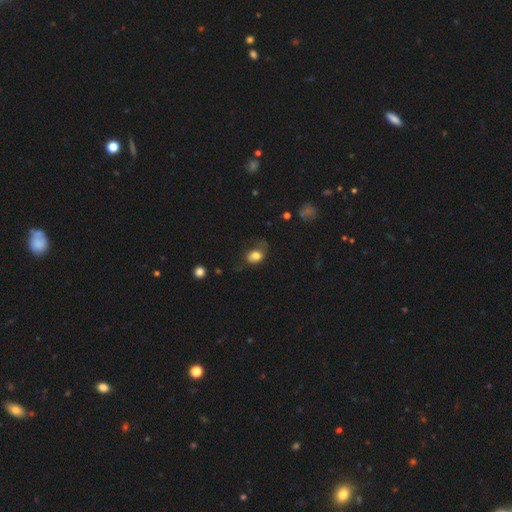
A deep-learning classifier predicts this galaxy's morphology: A smooth galaxy with no disk features (74%) that is in between round and cigar-shaped (68%). Merging: none (38%).